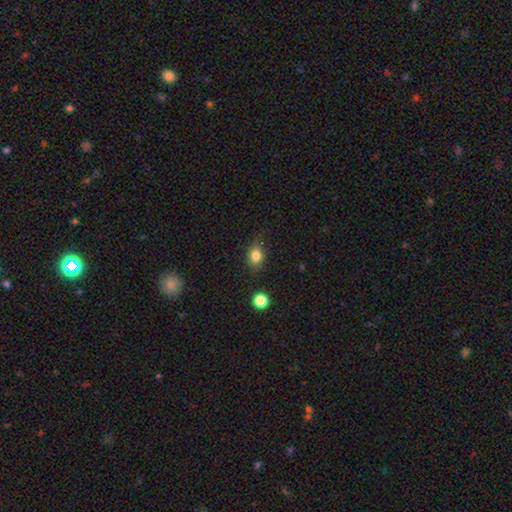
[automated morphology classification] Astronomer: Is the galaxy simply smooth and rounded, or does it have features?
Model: smooth — 81%.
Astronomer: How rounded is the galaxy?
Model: in between — 53% (runner-up: round, 45%).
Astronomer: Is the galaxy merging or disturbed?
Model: none — 72%.